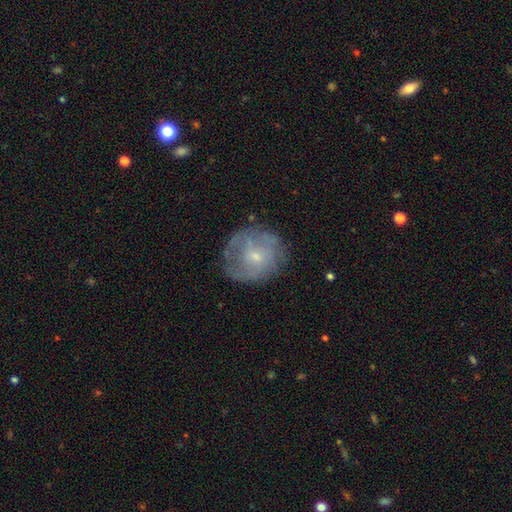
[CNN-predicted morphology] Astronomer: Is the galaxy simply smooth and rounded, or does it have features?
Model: featured or disk — 53% (runner-up: smooth, 38%).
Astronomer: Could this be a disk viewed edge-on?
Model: no — 97%.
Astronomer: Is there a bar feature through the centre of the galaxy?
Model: no — 70%.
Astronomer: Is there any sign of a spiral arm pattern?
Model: yes — 51% (runner-up: no, 49%).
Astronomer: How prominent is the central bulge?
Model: small — 64%.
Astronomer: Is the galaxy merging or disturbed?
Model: none — 65%.